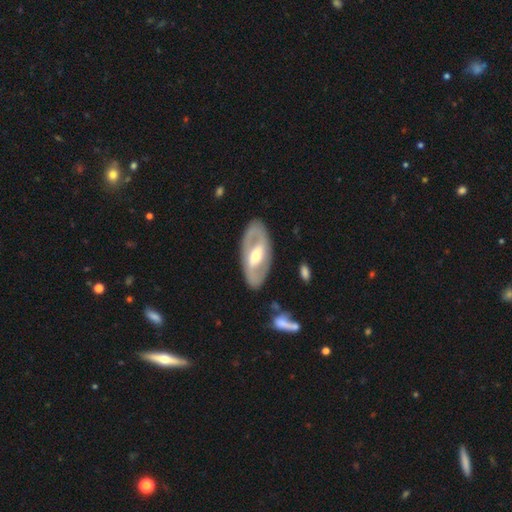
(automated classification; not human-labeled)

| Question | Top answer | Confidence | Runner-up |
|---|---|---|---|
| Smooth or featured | featured or disk | 76% | smooth (19%) |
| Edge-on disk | no | 91% | yes (9%) |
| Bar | strong | 46% | weak (35%) |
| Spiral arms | yes | 66% | no (34%) |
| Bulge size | moderate | 68% | small (22%) |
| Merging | none | 84% | minor disturbance (11%) |